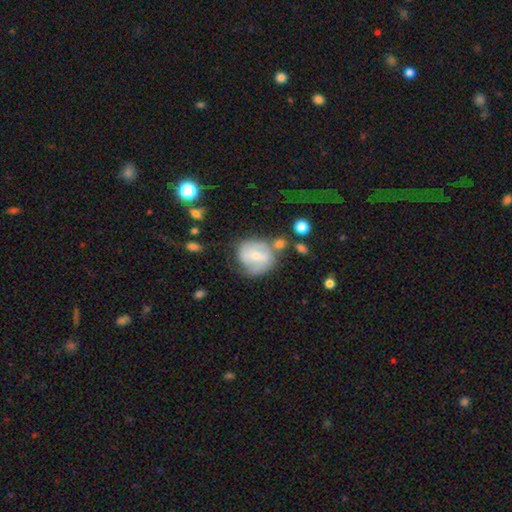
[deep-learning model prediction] The model was most divided on "smooth or featured": featured or disk: 47%, smooth: 46%, star or artifact: 8%. More confident: merging — none (53%).